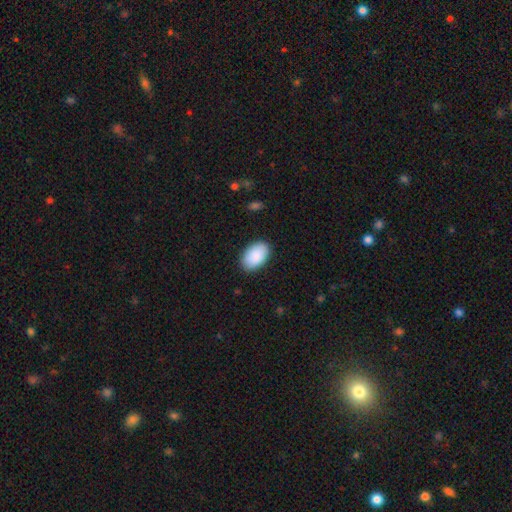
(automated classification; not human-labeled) Morphology: type=smooth (91%); roundness=in between (92%); merging=none (87%).